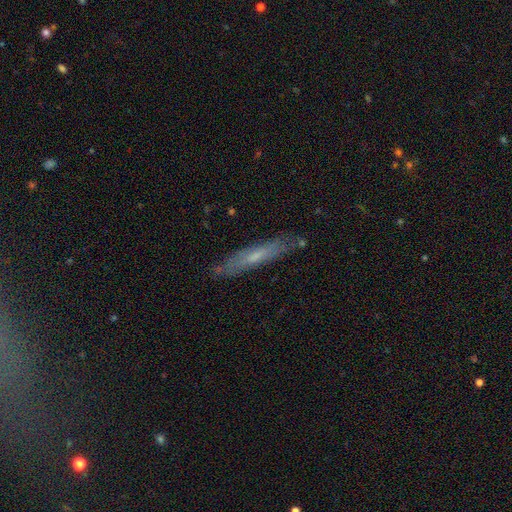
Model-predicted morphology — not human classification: This appears to be a featured or disk galaxy (47%). Merging: none (81%).